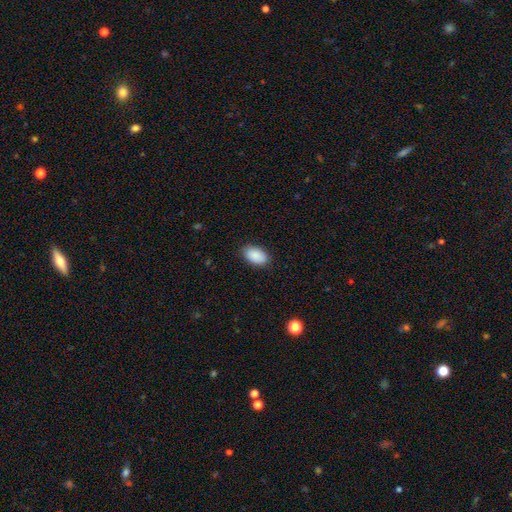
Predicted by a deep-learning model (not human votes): A smooth galaxy with no disk features (90%) that is in between round and cigar-shaped (94%). Merging: none (87%).